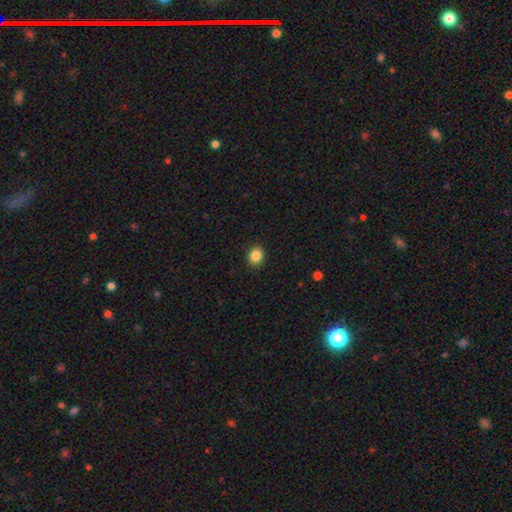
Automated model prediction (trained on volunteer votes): Overall: smooth (86%). How rounded: round (67%; in between 32%). Merging: none (91%).